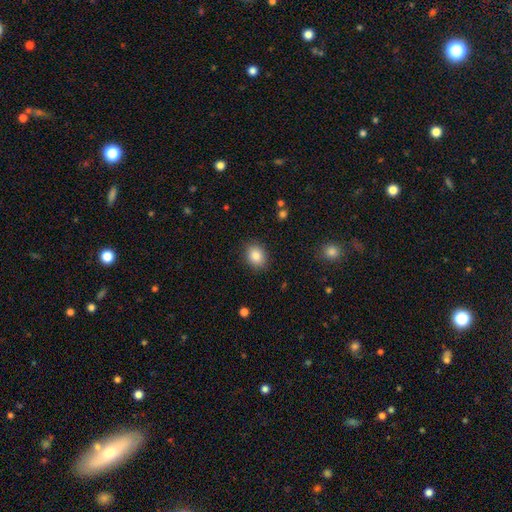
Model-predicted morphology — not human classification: Overall: smooth (86%). How rounded: in between (55%; round 44%). Merging: none (87%).